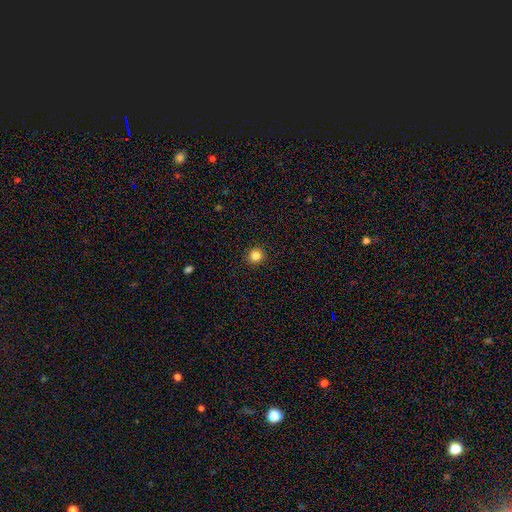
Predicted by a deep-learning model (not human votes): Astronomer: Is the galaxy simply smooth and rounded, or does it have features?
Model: smooth — 85%.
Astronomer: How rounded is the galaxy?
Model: round — 94%.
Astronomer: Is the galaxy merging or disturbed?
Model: none — 93%.